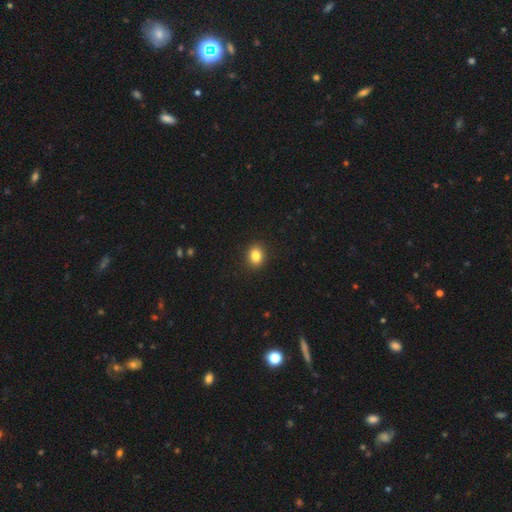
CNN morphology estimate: smooth_or_featured: smooth (p=0.85) [alt: star or artifact p=0.10]
how_rounded: round (p=0.51) [alt: in between p=0.48]
merging: none (p=0.91) [alt: minor disturbance p=0.06]